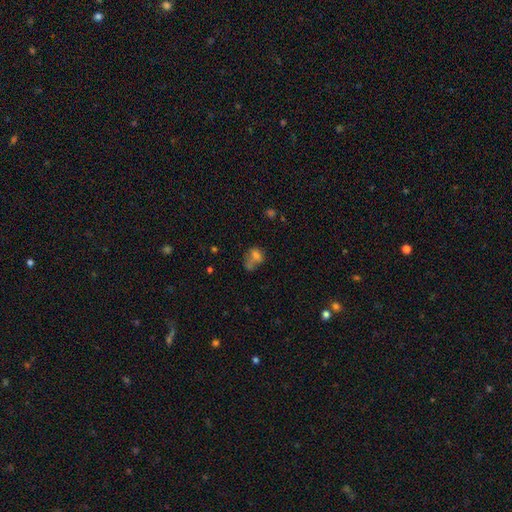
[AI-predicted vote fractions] smooth 65%, featured or disk 19%, star or artifact 16%. Down the decision tree: how rounded — in between (71%); merging — merger (38%).